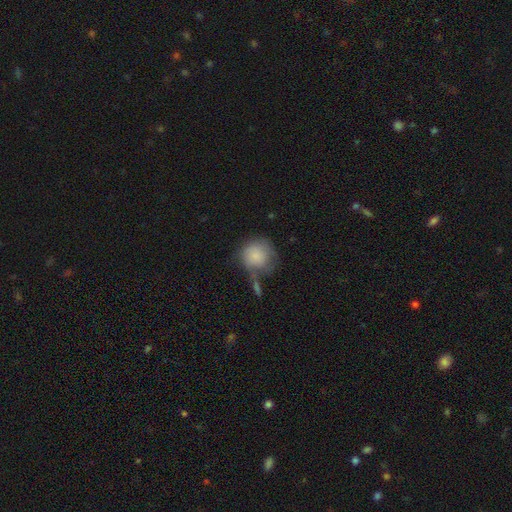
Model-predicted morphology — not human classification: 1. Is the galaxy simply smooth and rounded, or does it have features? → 82% smooth, 11% featured or disk, 7% star or artifact.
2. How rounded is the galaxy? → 89% round, 10% in between, 1% cigar-shaped.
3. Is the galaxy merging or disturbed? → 44% none, 24% minor disturbance, 16% merger, 16% major disturbance.